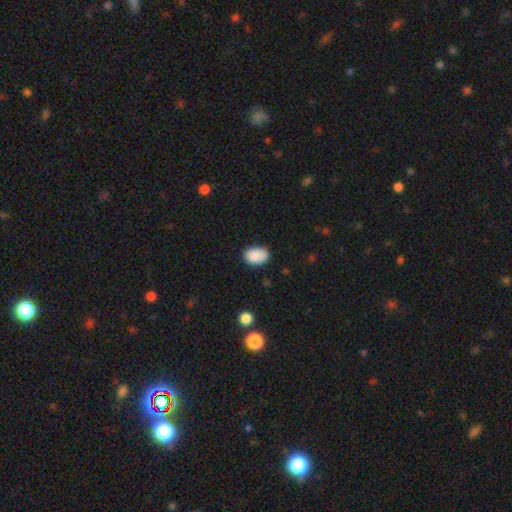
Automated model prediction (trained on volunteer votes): Q: Smooth or featured?
A: smooth (89%); runner-up: star or artifact (8%)
Q: How rounded?
A: in between (85%); runner-up: round (14%)
Q: Merging?
A: none (82%); runner-up: minor disturbance (14%)